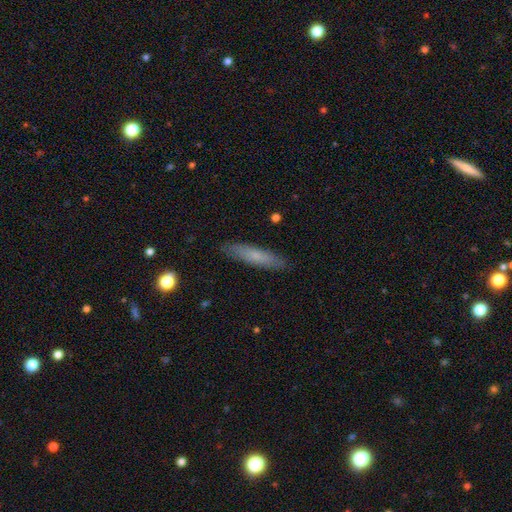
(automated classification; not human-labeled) A smooth galaxy with no disk features (65%) that is cigar-shaped (84%).

Vote fractions:
- Smooth or featured? smooth: 65% / featured or disk: 28% / star or artifact: 7%
- How rounded? cigar-shaped: 84% / in between: 15% / round: 1%
- Merging? none: 88% / minor disturbance: 9% / major disturbance: 2% / merger: 1%